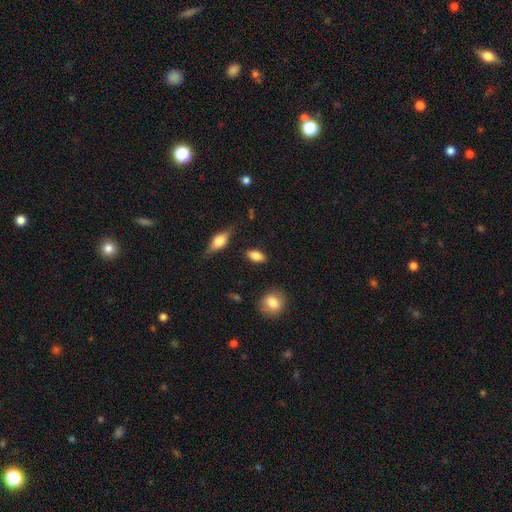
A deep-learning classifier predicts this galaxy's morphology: The model was most divided on "smooth or featured": smooth: 81%, featured or disk: 11%, star or artifact: 8%. More confident: how rounded — in between (86%); merging — none (83%).